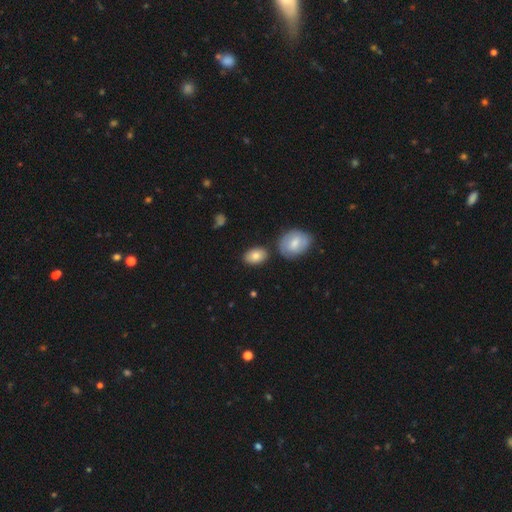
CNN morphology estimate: This appears to be a smooth galaxy with no disk features (81%) that is in between round and cigar-shaped (84%). Merging: none (75%).